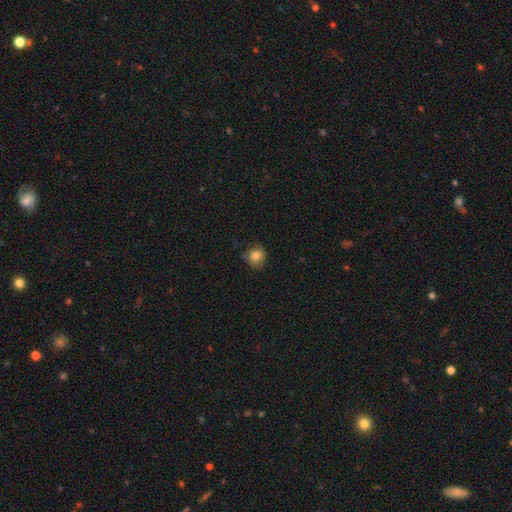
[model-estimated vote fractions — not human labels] Smooth or featured: smooth — 82% (star or artifact — 10%)
How rounded: round — 82% (in between — 17%)
Merging: none — 75% (minor disturbance — 20%)